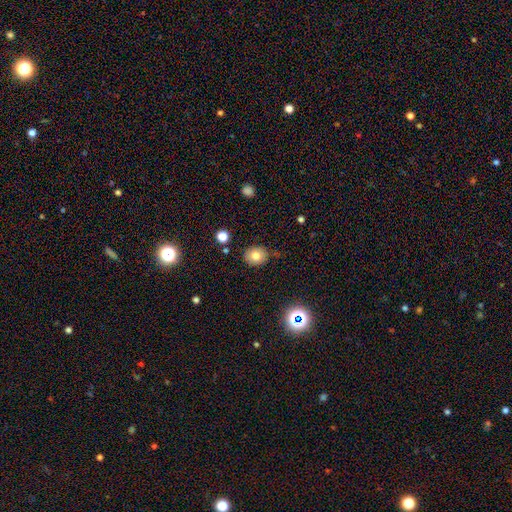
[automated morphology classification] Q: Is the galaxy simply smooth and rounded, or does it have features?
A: smooth — 76%.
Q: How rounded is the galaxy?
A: round — 70%.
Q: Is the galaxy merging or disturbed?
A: none — 83%.